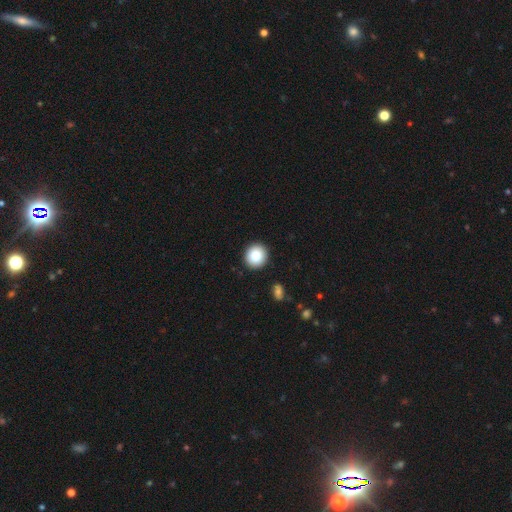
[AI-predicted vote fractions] This appears to be a smooth galaxy with no disk features (86%) that is round (87%). Merging: none (91%).